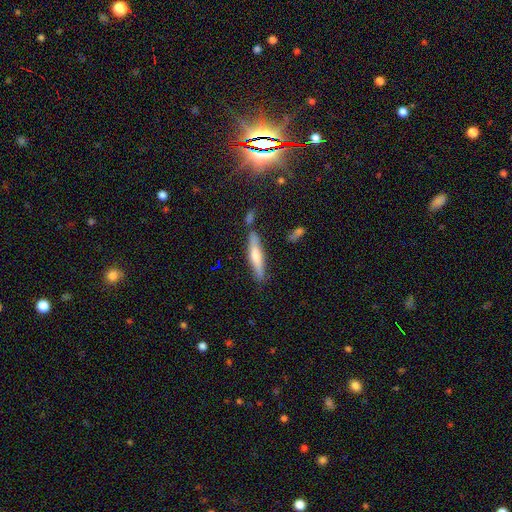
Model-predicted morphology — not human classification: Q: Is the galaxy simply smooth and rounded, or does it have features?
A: featured or disk — 45%.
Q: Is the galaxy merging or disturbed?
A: none — 80%.